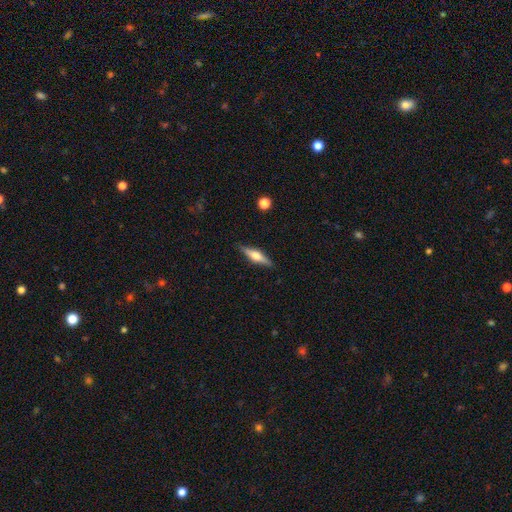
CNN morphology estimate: This appears to be a featured or disk galaxy (59%) viewed edge-on (96%) with a rounded central bulge (88%). Merging: none (88%).